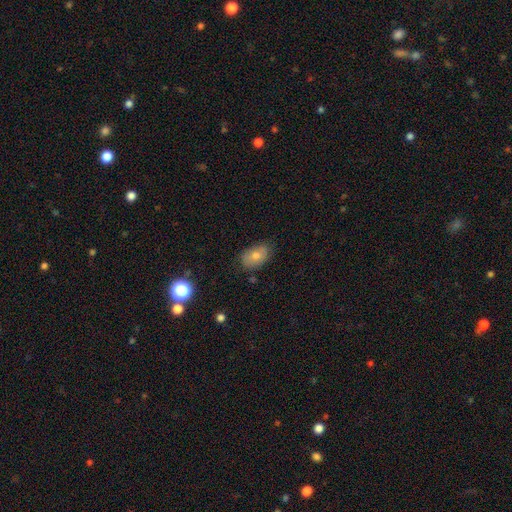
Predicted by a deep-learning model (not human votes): smooth 69%, featured or disk 19%, star or artifact 12%. Down the decision tree: how rounded — in between (85%); merging — none (76%).